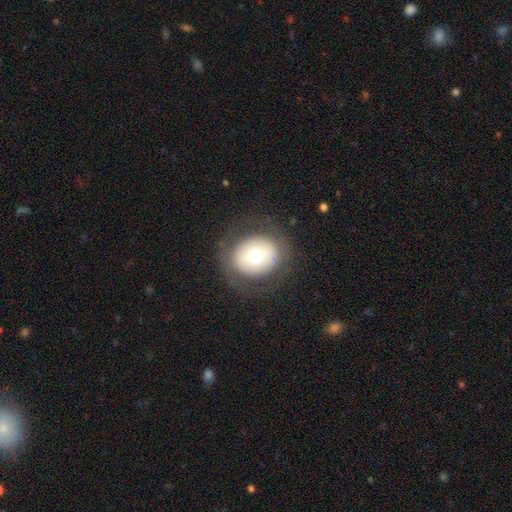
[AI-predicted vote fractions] Smooth or featured? smooth (57%)
How rounded? round (78%)
Merging? none (80%)